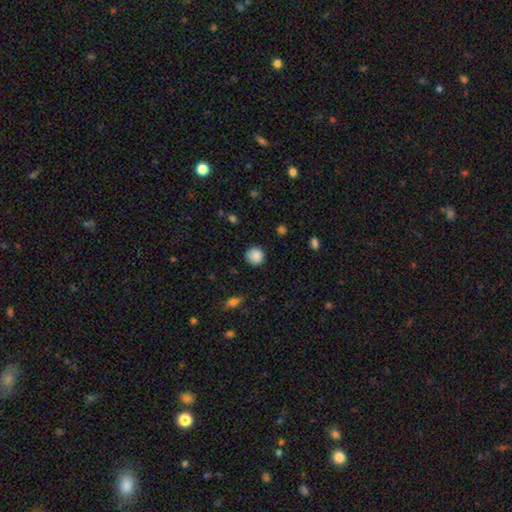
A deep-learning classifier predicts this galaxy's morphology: smooth 87%, star or artifact 9%, featured or disk 4%. Down the decision tree: how rounded — round (93%); merging — none (88%).